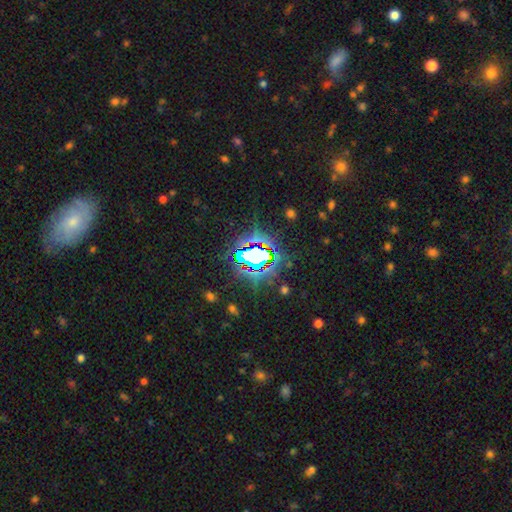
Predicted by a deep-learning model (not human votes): Morphology: type=star or artifact (76%).